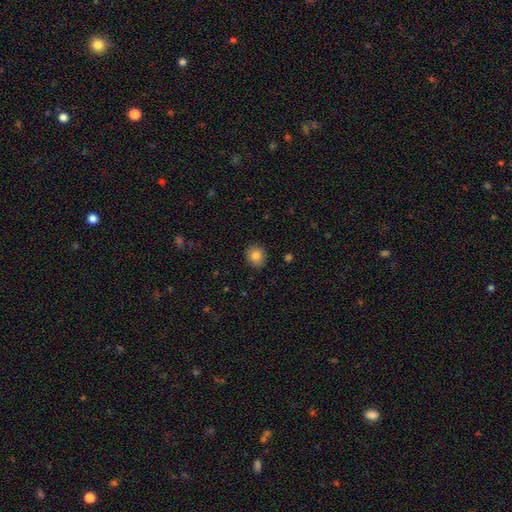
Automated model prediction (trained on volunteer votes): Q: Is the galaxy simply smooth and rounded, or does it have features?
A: smooth — 83%.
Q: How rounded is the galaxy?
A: round — 76%.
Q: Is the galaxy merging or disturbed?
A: none — 89%.